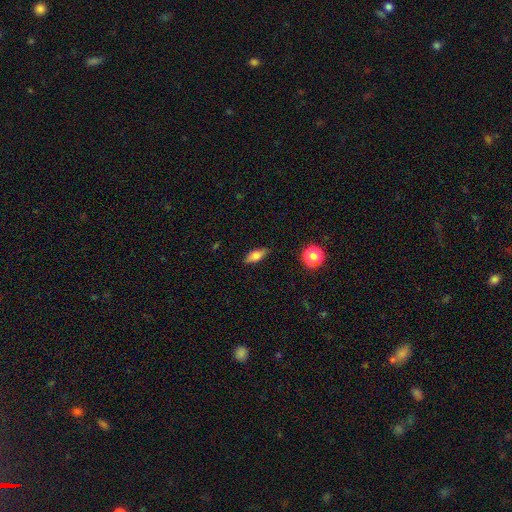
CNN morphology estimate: Smooth or featured? smooth (71%)
How rounded? in between (74%)
Merging? none (85%)